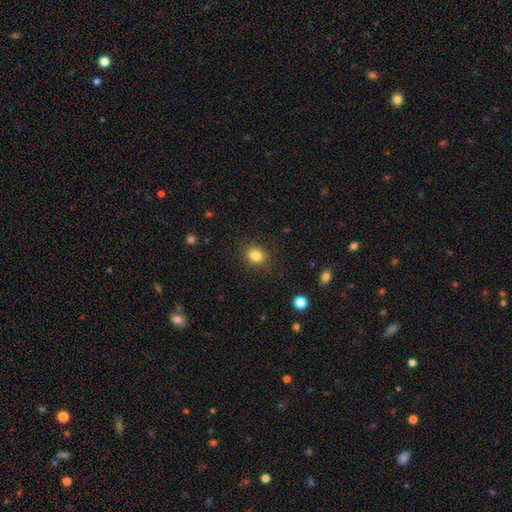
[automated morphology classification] smooth 83%, star or artifact 11%, featured or disk 6%. Down the decision tree: how rounded — round (61%); merging — none (86%).